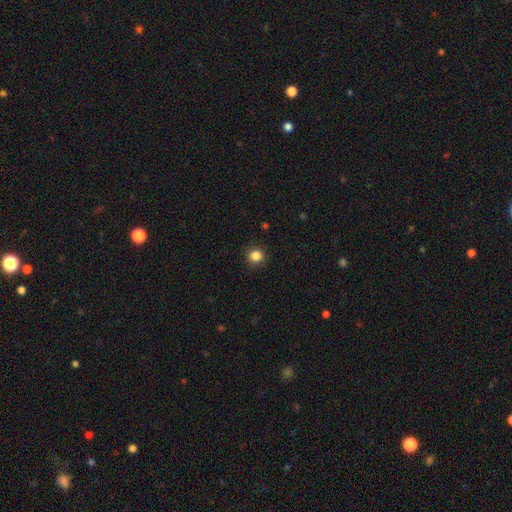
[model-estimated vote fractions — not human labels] Smooth or featured: smooth — 85% (star or artifact — 12%)
How rounded: round — 91% (in between — 8%)
Merging: none — 91% (minor disturbance — 6%)